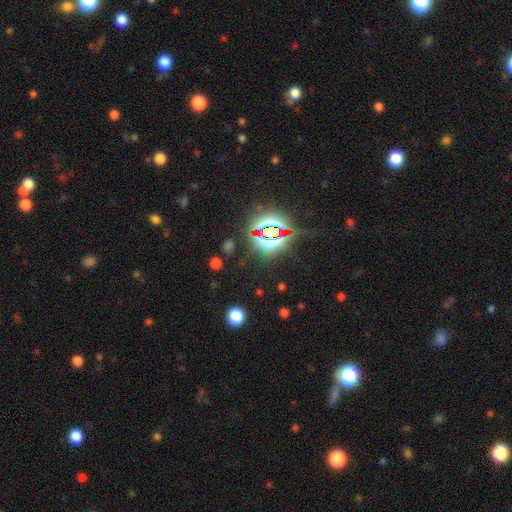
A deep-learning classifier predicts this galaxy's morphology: The model was most divided on "smooth or featured": star or artifact: 82%, smooth: 11%, featured or disk: 7%.